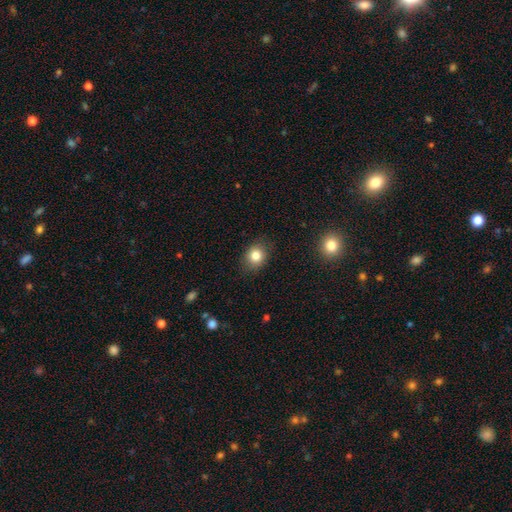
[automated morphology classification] A smooth galaxy with no disk features (82%) that is round (62%). Merging: none (83%).